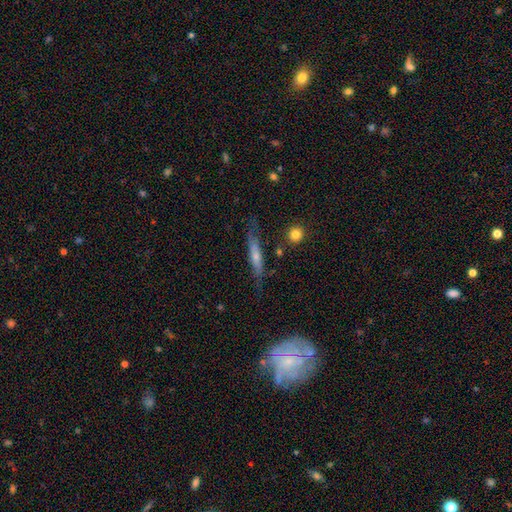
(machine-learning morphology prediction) A featured or disk galaxy (48%). Merging: none (66%).